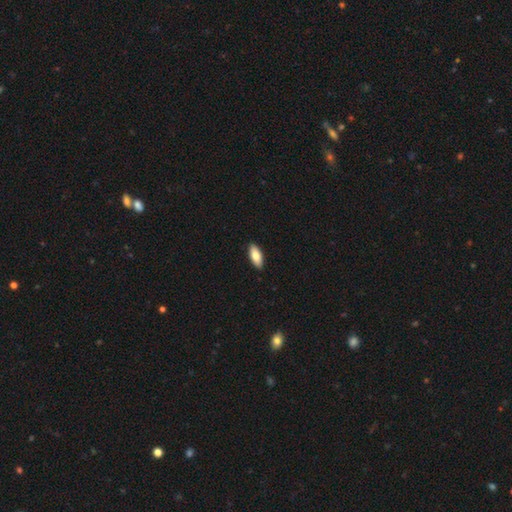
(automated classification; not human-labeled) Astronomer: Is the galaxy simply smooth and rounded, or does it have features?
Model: smooth — 80%.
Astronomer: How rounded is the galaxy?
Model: in between — 82%.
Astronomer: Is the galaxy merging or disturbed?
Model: none — 90%.